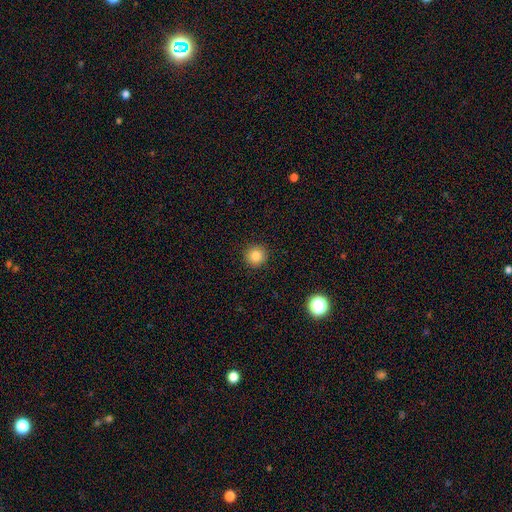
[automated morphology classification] A smooth galaxy with no disk features (84%) that is round (95%). Merging: none (92%).